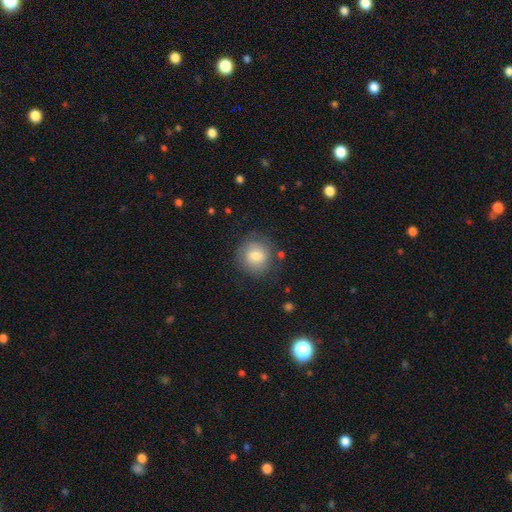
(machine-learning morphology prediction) Smooth or featured?
  - smooth: 76% *
  - featured or disk: 16%
  - star or artifact: 8%
How rounded?
  - round: 87% *
  - in between: 12%
  - cigar-shaped: 1%
Merging?
  - none: 77% *
  - minor disturbance: 15%
  - major disturbance: 5%
  - merger: 2%